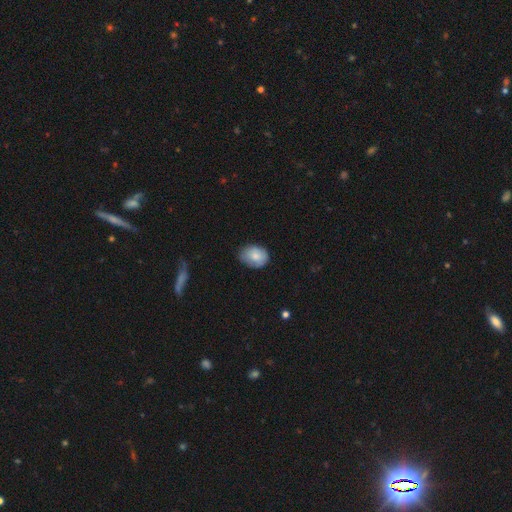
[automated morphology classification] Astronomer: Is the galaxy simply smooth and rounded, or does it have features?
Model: smooth — 79%.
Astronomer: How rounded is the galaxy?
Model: in between — 63%.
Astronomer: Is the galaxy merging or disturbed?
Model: none — 69%.